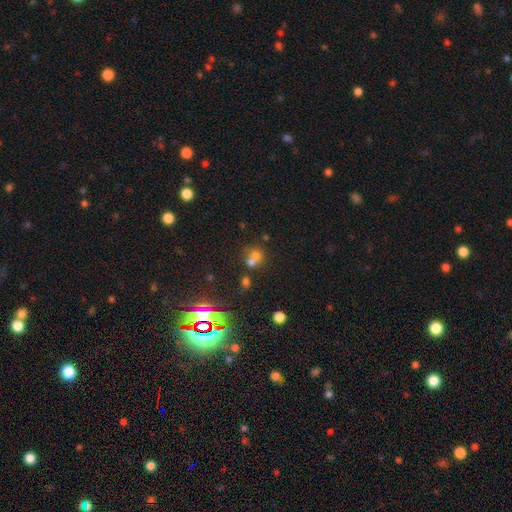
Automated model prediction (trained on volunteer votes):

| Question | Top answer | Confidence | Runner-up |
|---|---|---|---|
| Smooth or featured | smooth | 59% | star or artifact (24%) |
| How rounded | round | 74% | in between (24%) |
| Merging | merger | 55% | none (34%) |